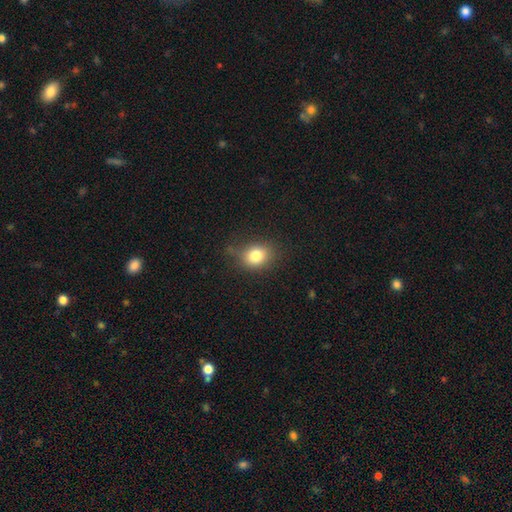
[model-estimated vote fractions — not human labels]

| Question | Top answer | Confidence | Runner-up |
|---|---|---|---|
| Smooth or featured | smooth | 81% | star or artifact (11%) |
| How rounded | in between | 50% | round (49%) |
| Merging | none | 72% | minor disturbance (20%) |